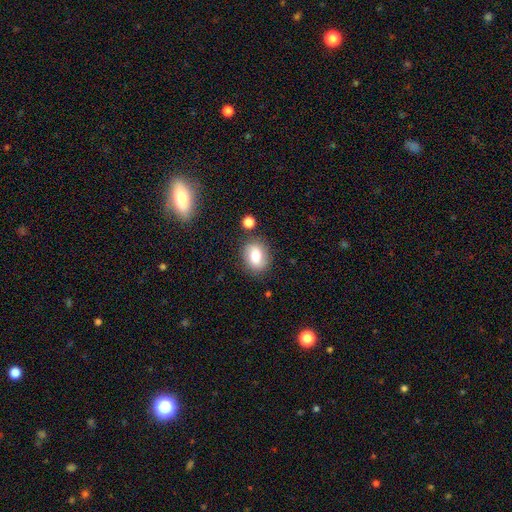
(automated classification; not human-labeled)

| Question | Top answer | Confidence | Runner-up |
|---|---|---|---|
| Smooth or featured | smooth | 74% | featured or disk (16%) |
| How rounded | in between | 64% | round (35%) |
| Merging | none | 76% | minor disturbance (14%) |